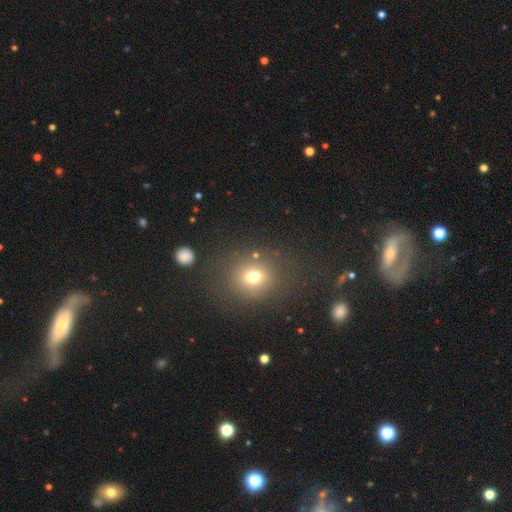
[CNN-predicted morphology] This appears to be a smooth galaxy with no disk features (66%) that is round (71%). Merging: none (78%).